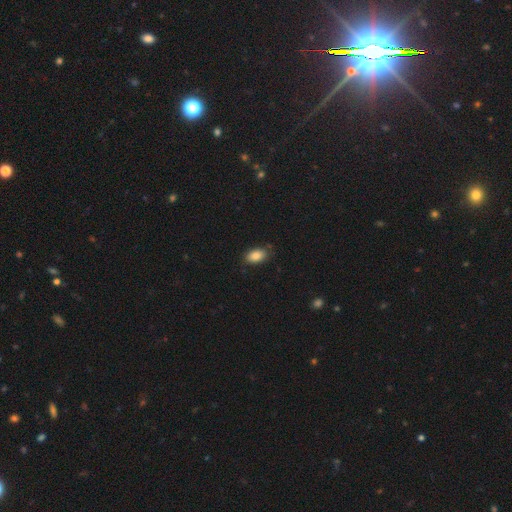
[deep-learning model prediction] The model was most divided on "merging": none: 81%, minor disturbance: 15%, major disturbance: 3%, merger: 1%. More confident: how rounded — in between (91%); smooth or featured — smooth (86%).